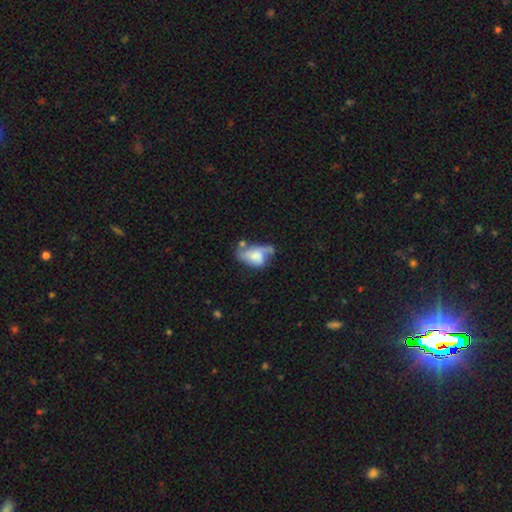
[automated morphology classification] A featured or disk galaxy (47%).

Vote fractions:
- Smooth or featured? featured or disk: 47% / smooth: 45% / star or artifact: 8%
- Merging? major disturbance: 31% / none: 26% / minor disturbance: 26% / merger: 17%